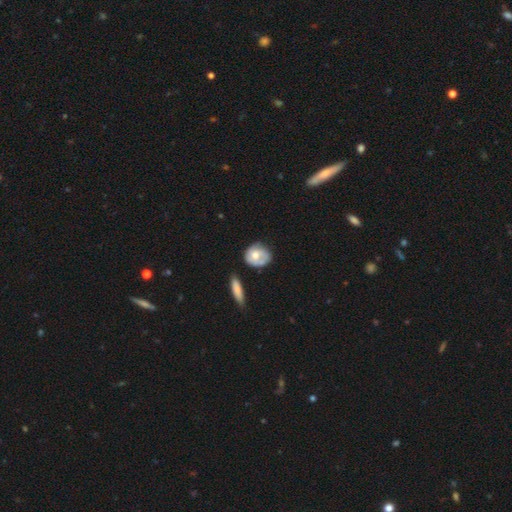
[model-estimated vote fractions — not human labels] This appears to be a smooth galaxy with no disk features (56%) that is round (60%). Merging: none (50%).